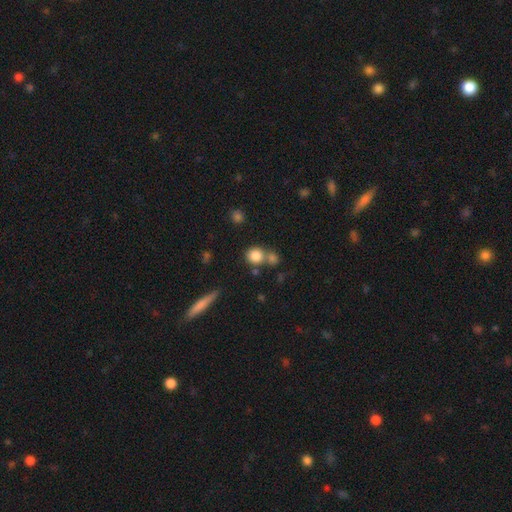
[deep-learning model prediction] Morphology: type=smooth (82%); roundness=round (86%); merging=none (58%).